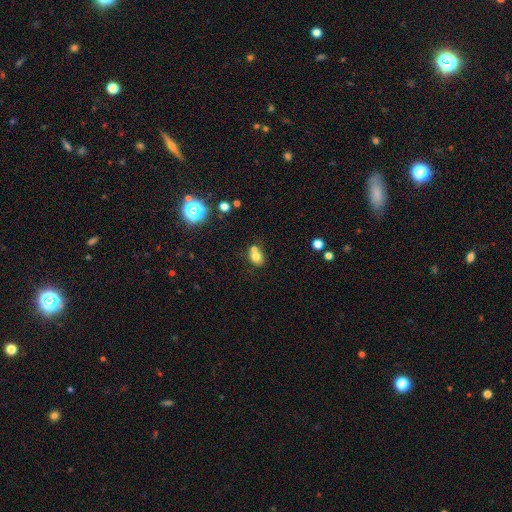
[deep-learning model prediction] Smooth or featured: smooth — 74% (star or artifact — 14%)
How rounded: round — 57% (in between — 42%)
Merging: none — 43% (merger — 41%)